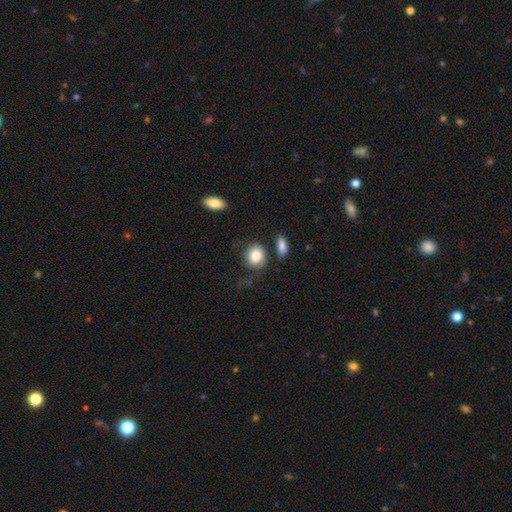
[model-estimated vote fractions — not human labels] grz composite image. It shows a smooth galaxy with no disk features (85%) that is round (59%). Merging: none (57%).